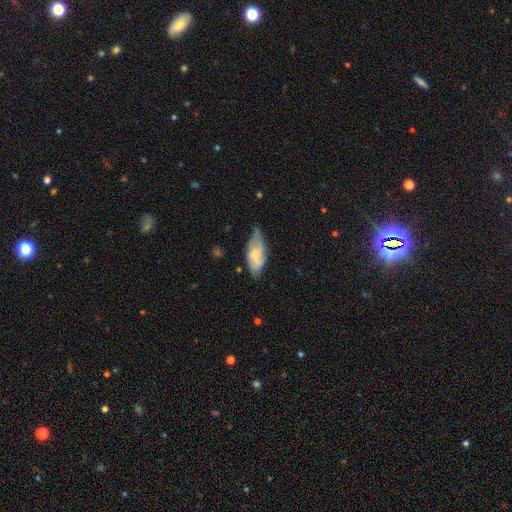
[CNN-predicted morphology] smooth-or-featured: smooth: 57% | featured or disk: 36% | star or artifact: 6%
  how-rounded: in between: 85% | cigar-shaped: 13% | round: 2%
  merging: none: 43% | minor disturbance: 41% | major disturbance: 13% | merger: 3%